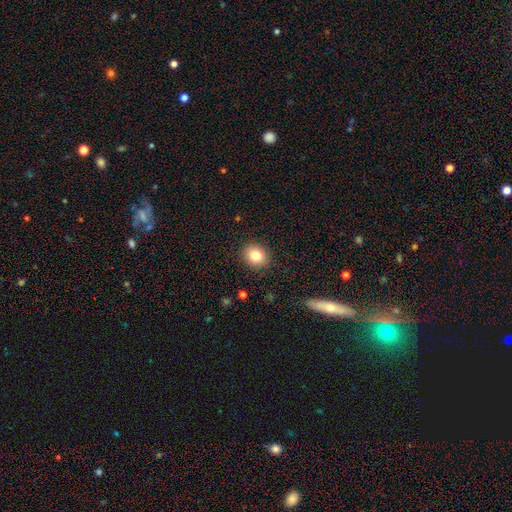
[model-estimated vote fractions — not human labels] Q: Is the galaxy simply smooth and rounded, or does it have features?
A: smooth — 82%.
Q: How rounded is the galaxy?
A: round — 69%.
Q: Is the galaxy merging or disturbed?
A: none — 89%.